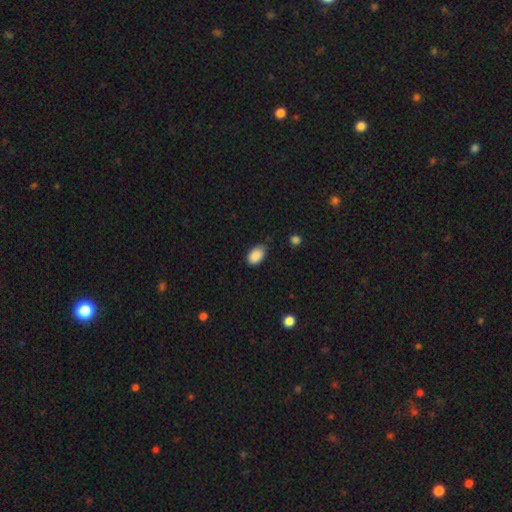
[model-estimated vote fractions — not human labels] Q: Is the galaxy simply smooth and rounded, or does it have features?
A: smooth — 89%.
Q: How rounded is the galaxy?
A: in between — 91%.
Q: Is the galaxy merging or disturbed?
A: none — 72%.